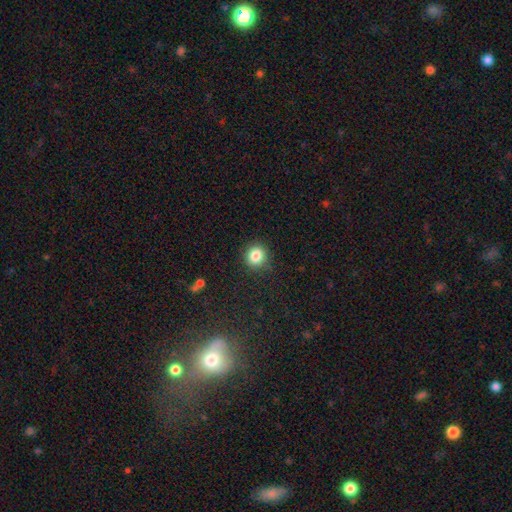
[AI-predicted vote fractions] Smooth or featured? smooth (84%)
How rounded? round (84%)
Merging? none (88%)